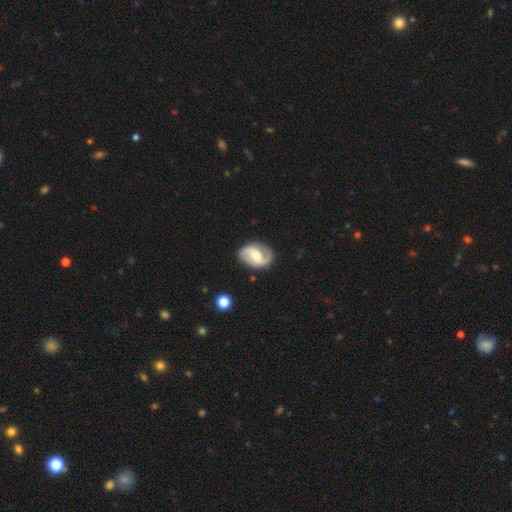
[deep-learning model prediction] featured or disk 81%, smooth 14%, star or artifact 5%. Down the decision tree: edge-on disk — no (98%); bar — weak (48%); spiral arms — yes (95%); spiral arm count — 2 (91%); spiral winding — medium (43%); bulge size — moderate (56%); merging — none (83%).